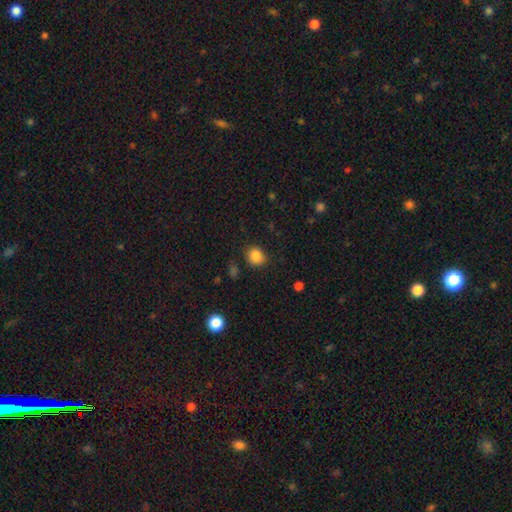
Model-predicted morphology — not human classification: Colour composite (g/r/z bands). It shows a smooth galaxy with no disk features (85%) that is round (74%). Merging: none (83%).